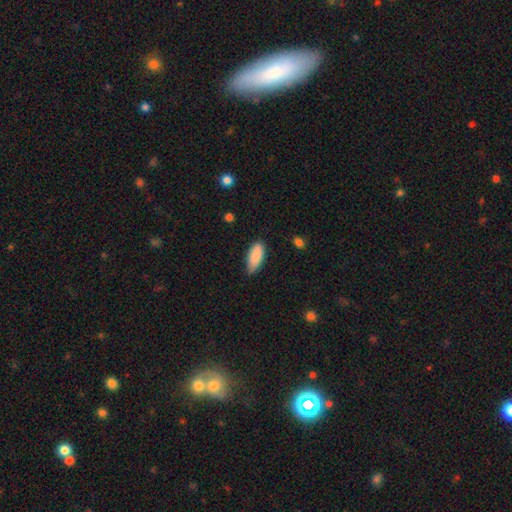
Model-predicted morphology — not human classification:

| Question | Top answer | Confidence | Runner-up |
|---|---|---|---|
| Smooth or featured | smooth | 88% | star or artifact (6%) |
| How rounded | in between | 84% | cigar-shaped (14%) |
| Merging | none | 66% | minor disturbance (29%) |